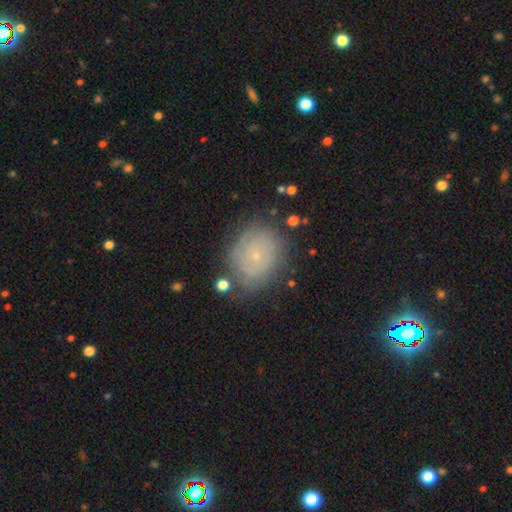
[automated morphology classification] This appears to be a featured or disk galaxy (55%) with no bar (83%), spiral arms (75%) and a small central bulge (85%). Merging: none (74%).